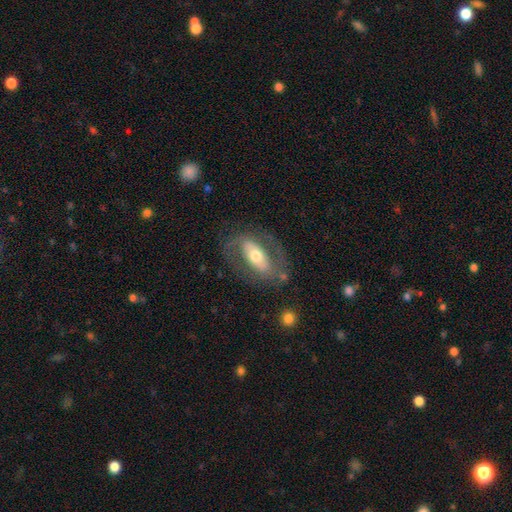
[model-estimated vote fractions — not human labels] smooth_or_featured: featured or disk (p=0.67) [alt: smooth p=0.27]
disk_edge_on: no (p=0.89) [alt: yes p=0.11]
bar: strong (p=0.43) [alt: no p=0.31]
has_spiral_arms: yes (p=0.64) [alt: no p=0.36]
bulge_size: moderate (p=0.65) [alt: small p=0.21]
merging: none (p=0.70) [alt: minor disturbance p=0.16]